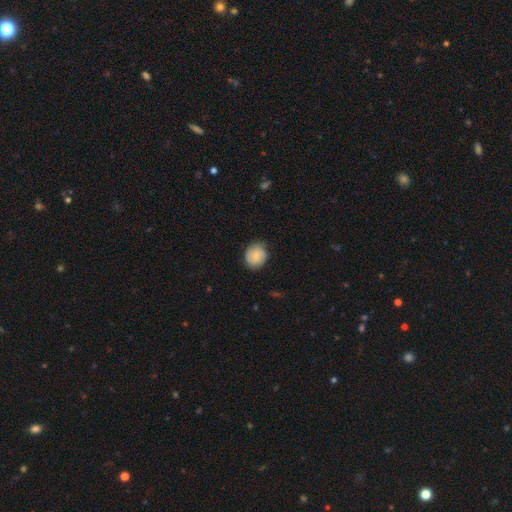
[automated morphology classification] Smooth or featured: smooth — 75% (featured or disk — 18%)
How rounded: round — 76% (in between — 23%)
Merging: none — 77% (minor disturbance — 18%)